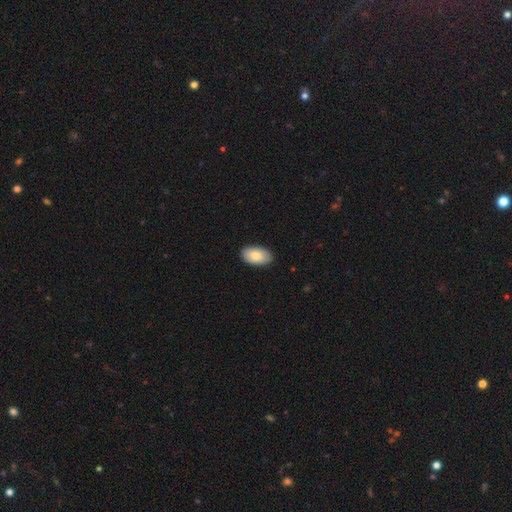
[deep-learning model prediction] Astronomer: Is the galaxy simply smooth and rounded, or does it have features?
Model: smooth — 83%.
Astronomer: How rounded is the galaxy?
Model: in between — 95%.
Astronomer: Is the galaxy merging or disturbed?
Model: none — 89%.